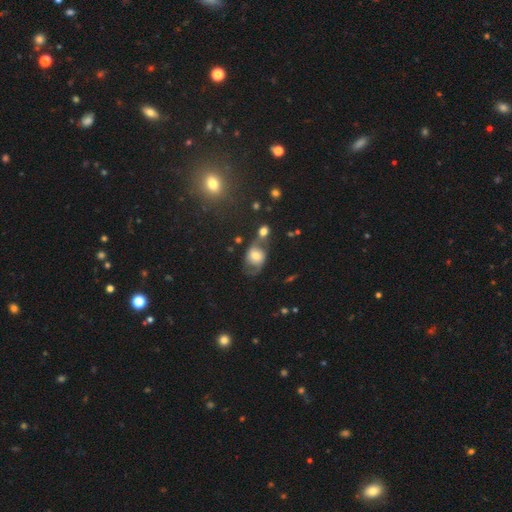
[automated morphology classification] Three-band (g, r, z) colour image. It shows a featured or disk galaxy (47%). Merging: none (36%).